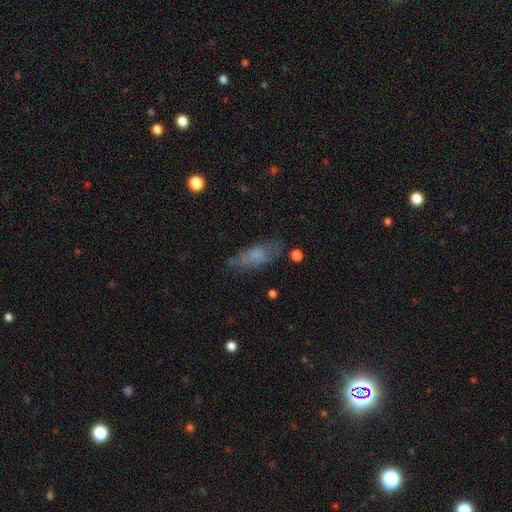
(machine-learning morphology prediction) Smooth or featured? smooth (65%)
How rounded? in between (69%)
Merging? none (63%)